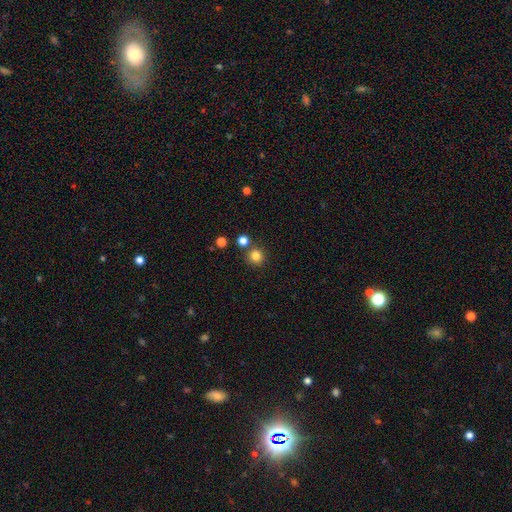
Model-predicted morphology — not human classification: This appears to be a smooth galaxy with no disk features (81%) that is round (94%). Merging: none (81%).